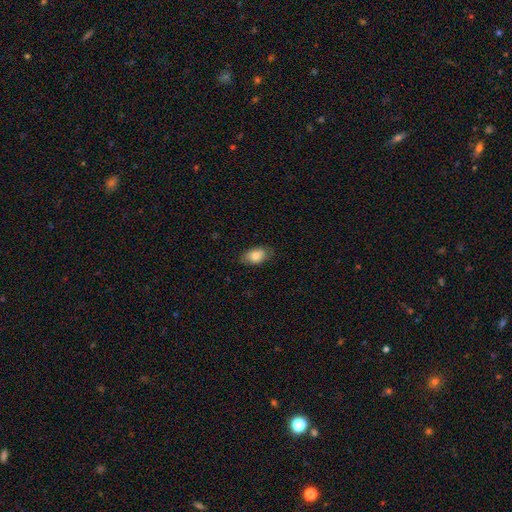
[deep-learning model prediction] Overall: smooth (83%). How rounded: in between (90%). Merging: none (80%).